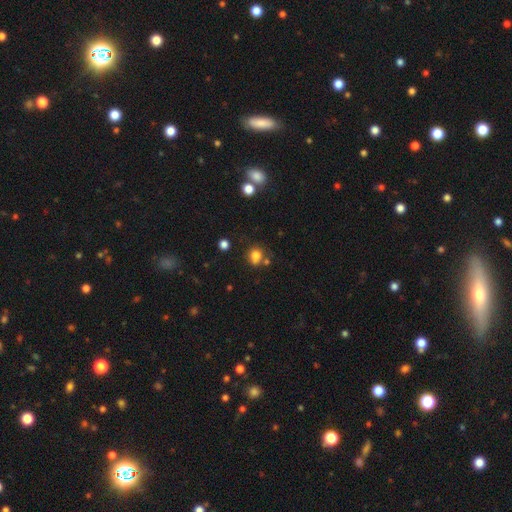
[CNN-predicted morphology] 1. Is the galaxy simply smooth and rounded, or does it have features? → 78% smooth, 14% star or artifact, 8% featured or disk.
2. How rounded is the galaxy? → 68% round, 31% in between, 1% cigar-shaped.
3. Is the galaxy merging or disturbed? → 58% none, 19% merger, 17% minor disturbance, 6% major disturbance.